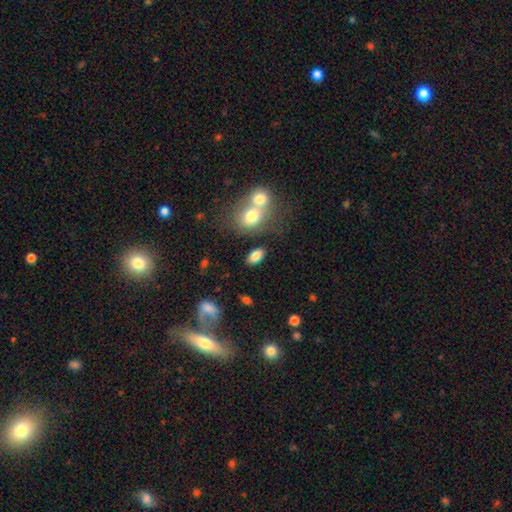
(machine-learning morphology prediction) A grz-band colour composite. It shows a smooth galaxy with no disk features (83%) that is in between round and cigar-shaped (91%). Merging: none (76%).